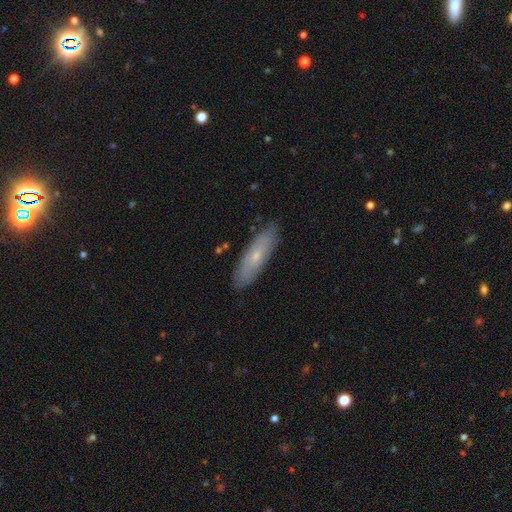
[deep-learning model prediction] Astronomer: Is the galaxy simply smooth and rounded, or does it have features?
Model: smooth — 52% (runner-up: featured or disk, 41%).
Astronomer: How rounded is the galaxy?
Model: cigar-shaped — 61% (runner-up: in between, 37%).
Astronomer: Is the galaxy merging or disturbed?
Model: none — 85%.